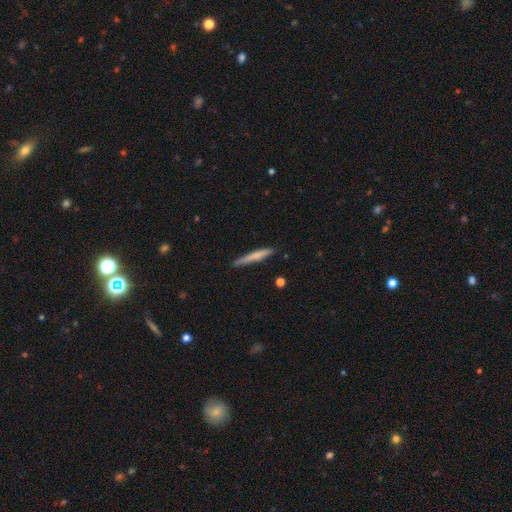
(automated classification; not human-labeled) smooth-or-featured: smooth: 64% | featured or disk: 30% | star or artifact: 6%
  how-rounded: cigar-shaped: 95% | in between: 3% | round: 1%
  merging: none: 82% | minor disturbance: 14% | major disturbance: 2% | merger: 2%